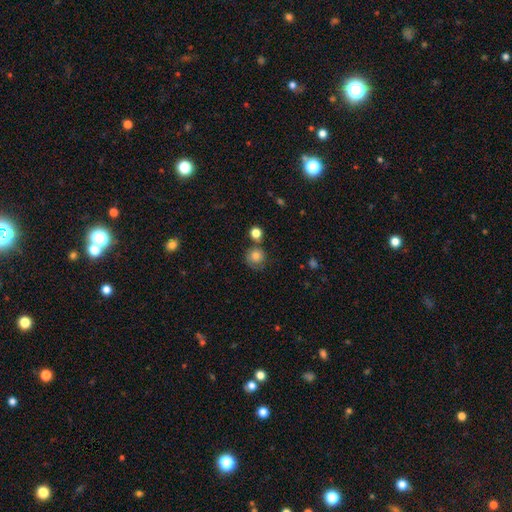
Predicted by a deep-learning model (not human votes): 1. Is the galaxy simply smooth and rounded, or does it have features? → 75% smooth, 15% featured or disk, 10% star or artifact.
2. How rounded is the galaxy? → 88% round, 11% in between, 1% cigar-shaped.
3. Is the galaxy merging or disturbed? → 62% none, 17% minor disturbance, 13% merger, 7% major disturbance.